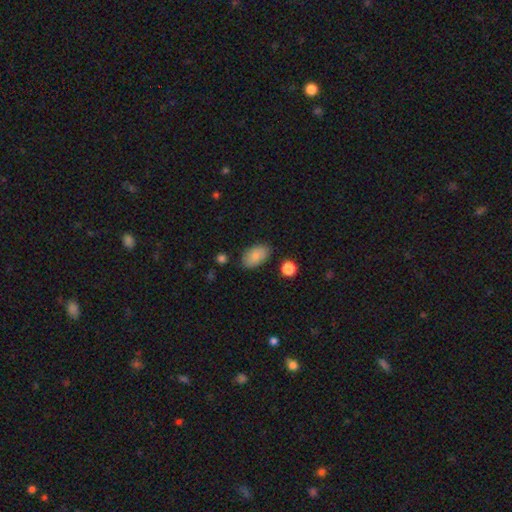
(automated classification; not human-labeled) Overall: smooth (85%). How rounded: in between (93%). Merging: none (82%).